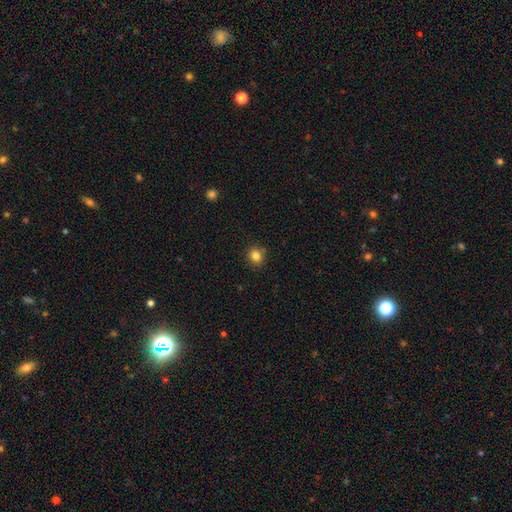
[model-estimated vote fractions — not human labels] Smooth or featured: smooth — 84% (star or artifact — 12%)
How rounded: round — 81% (in between — 18%)
Merging: none — 86% (minor disturbance — 9%)